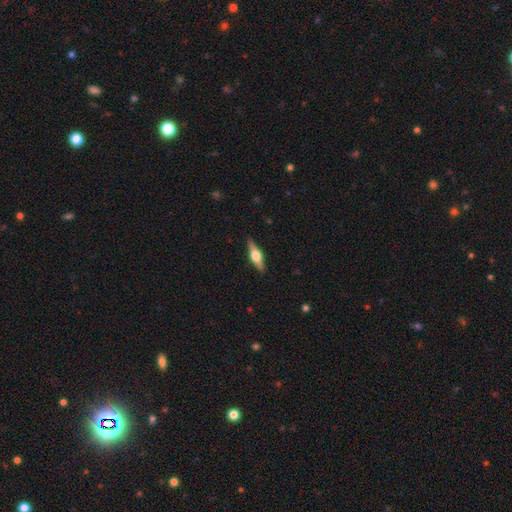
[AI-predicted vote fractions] A featured or disk galaxy (68%) viewed edge-on (97%) with a rounded central bulge (94%).

Vote fractions:
- Smooth or featured? featured or disk: 68% / smooth: 26% / star or artifact: 6%
- Edge-on disk? yes: 97% / no: 3%
- Edge-on bulge? rounded: 94% / boxy: 5% / none: 1%
- Merging? none: 89% / minor disturbance: 8% / major disturbance: 2% / merger: 1%